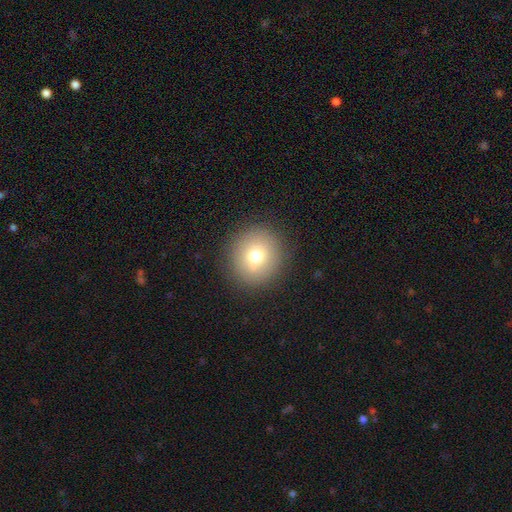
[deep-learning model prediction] The model was most divided on "smooth or featured": smooth: 71%, featured or disk: 16%, star or artifact: 13%. More confident: how rounded — round (92%); merging — none (85%).